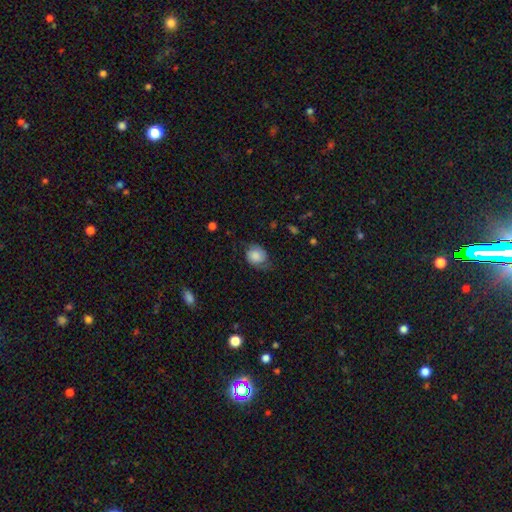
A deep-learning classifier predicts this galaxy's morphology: Q: Smooth or featured?
A: smooth (58%); runner-up: featured or disk (33%)
Q: How rounded?
A: round (59%); runner-up: in between (40%)
Q: Merging?
A: none (58%); runner-up: minor disturbance (29%)